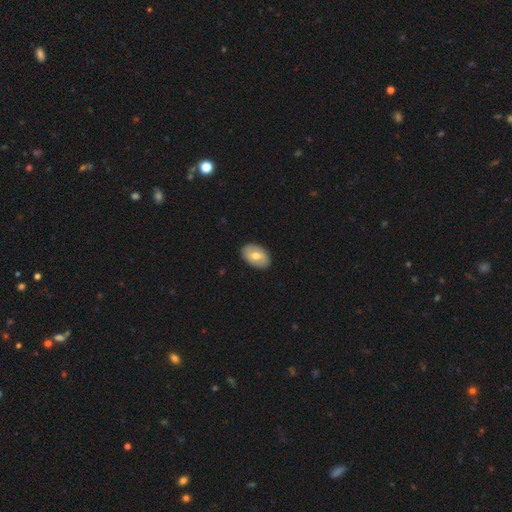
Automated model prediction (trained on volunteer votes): Smooth or featured? Predicted: smooth (p=0.67). How rounded? Predicted: in between (p=0.90). Merging? Predicted: none (p=0.89).